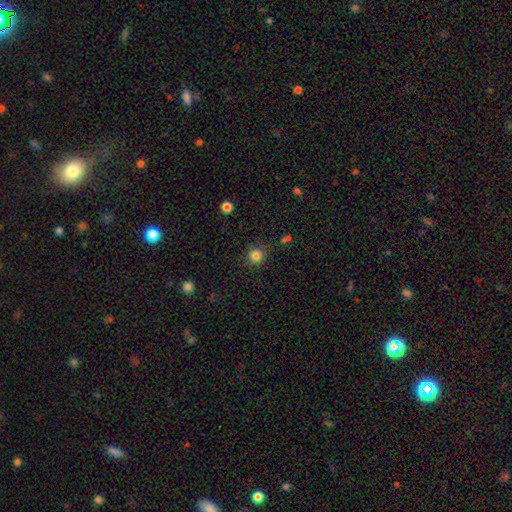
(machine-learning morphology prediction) A smooth galaxy with no disk features (82%) that is round (93%). Merging: none (85%).